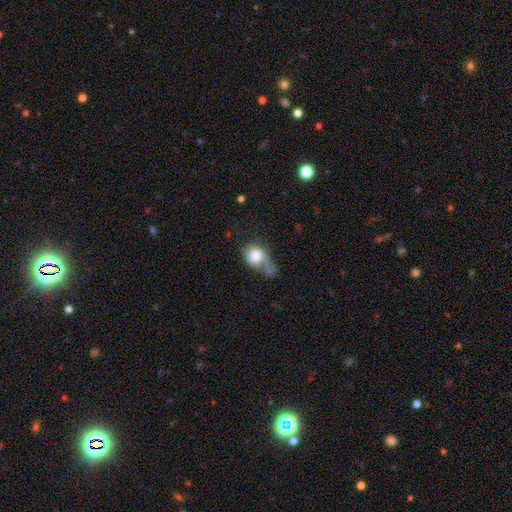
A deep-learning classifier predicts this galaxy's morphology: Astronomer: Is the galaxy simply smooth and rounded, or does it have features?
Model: smooth — 75%.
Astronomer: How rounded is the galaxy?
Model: in between — 54% (runner-up: round, 44%).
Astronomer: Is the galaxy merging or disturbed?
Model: major disturbance — 34% (runner-up: minor disturbance, 24%).